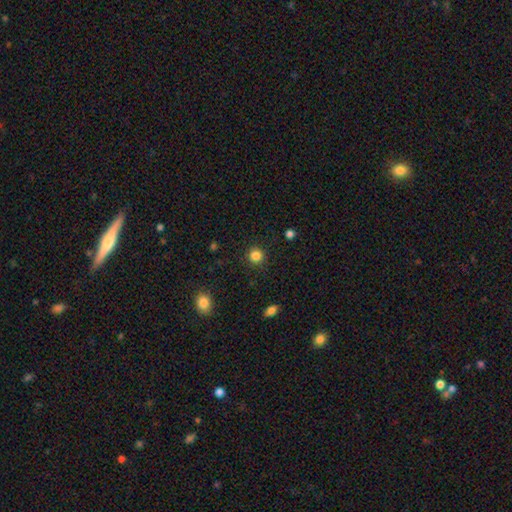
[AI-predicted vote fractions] smooth_or_featured: smooth (p=0.84) [alt: star or artifact p=0.12]
how_rounded: round (p=0.93) [alt: in between p=0.06]
merging: none (p=0.91) [alt: minor disturbance p=0.06]